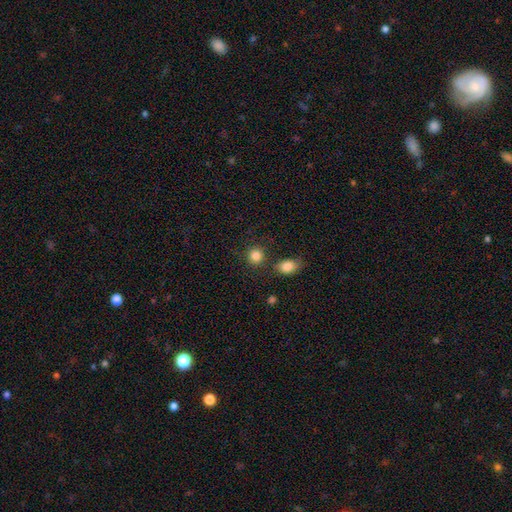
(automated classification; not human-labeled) Smooth or featured? smooth (85%)
How rounded? round (88%)
Merging? none (78%)